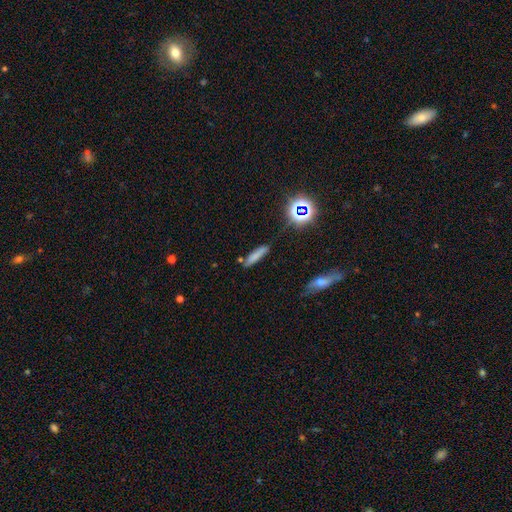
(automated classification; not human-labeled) Smooth or featured: smooth — 73% (star or artifact — 14%)
How rounded: cigar-shaped — 76% (in between — 22%)
Merging: none — 74% (minor disturbance — 16%)